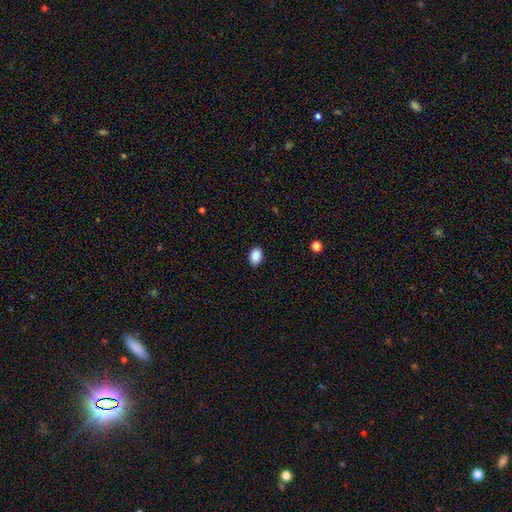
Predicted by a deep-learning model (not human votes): The model was most divided on "how rounded": in between: 77%, round: 22%, cigar-shaped: 1%. More confident: smooth or featured — smooth (89%); merging — none (89%).